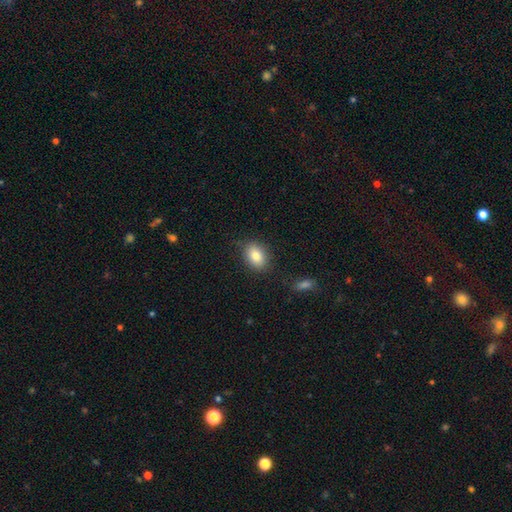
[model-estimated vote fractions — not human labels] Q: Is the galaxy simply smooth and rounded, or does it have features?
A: smooth — 83%.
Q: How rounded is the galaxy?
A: in between — 76%.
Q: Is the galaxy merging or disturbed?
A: none — 82%.